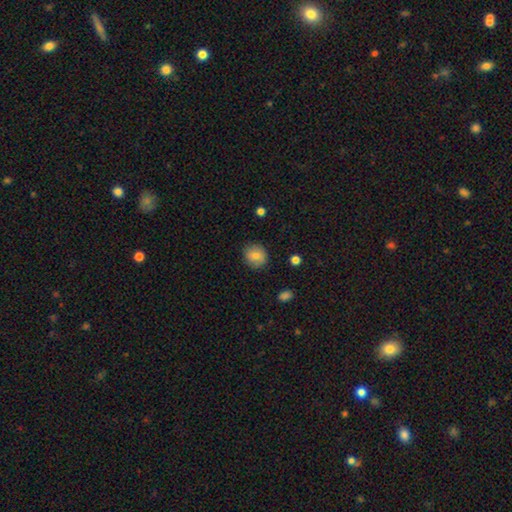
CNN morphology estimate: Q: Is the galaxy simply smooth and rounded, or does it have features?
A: smooth — 79%.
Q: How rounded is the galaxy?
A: round — 78%.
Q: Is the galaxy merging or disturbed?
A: none — 85%.